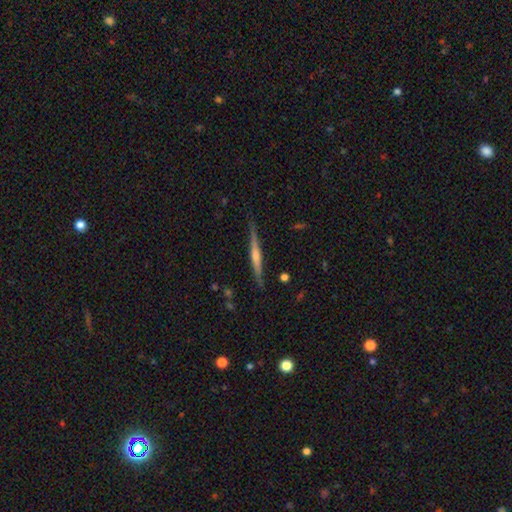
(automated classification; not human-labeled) The model was most divided on "edge-on bulge": rounded: 60%, none: 28%, boxy: 12%. More confident: edge-on disk — yes (98%); merging — none (86%); smooth or featured — featured or disk (68%).